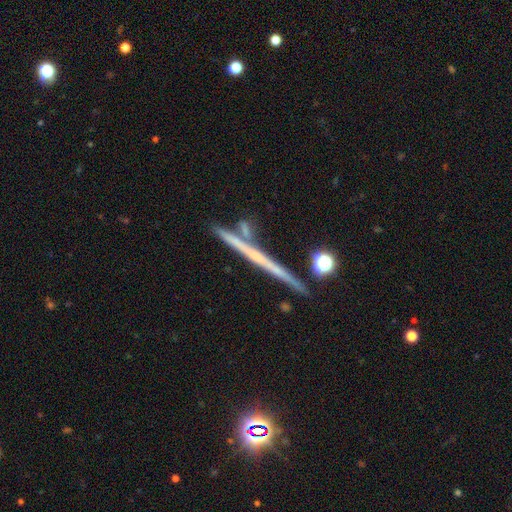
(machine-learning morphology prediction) type=featured or disk (66%); edge-on=yes (97%); edge-on bulge=none (78%); merging=none (79%).